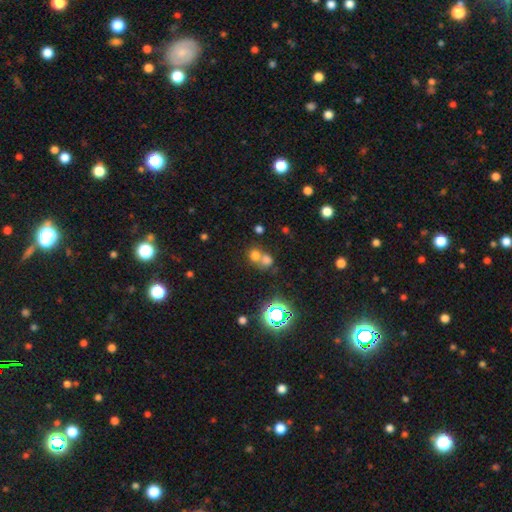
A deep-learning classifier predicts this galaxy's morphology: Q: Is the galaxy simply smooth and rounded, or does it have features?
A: smooth — 63%.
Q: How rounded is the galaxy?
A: round — 75%.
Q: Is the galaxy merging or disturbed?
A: merger — 57%.